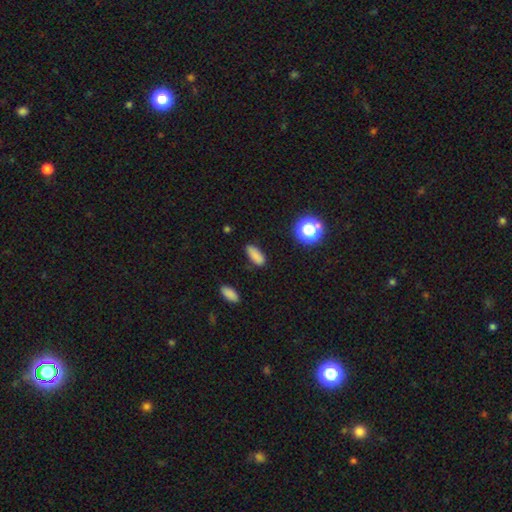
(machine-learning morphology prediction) type=smooth (83%); roundness=in between (72%); merging=none (83%).